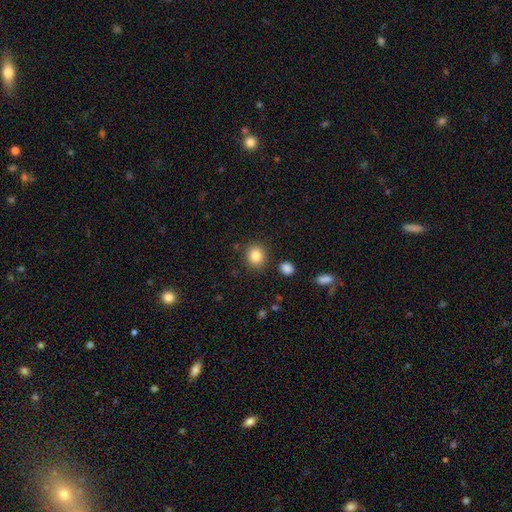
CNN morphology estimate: A smooth galaxy with no disk features (85%) that is round (81%).

Vote fractions:
- Smooth or featured? smooth: 85% / star or artifact: 10% / featured or disk: 6%
- How rounded? round: 81% / in between: 18% / cigar-shaped: 1%
- Merging? none: 85% / minor disturbance: 8% / merger: 3% / major disturbance: 3%